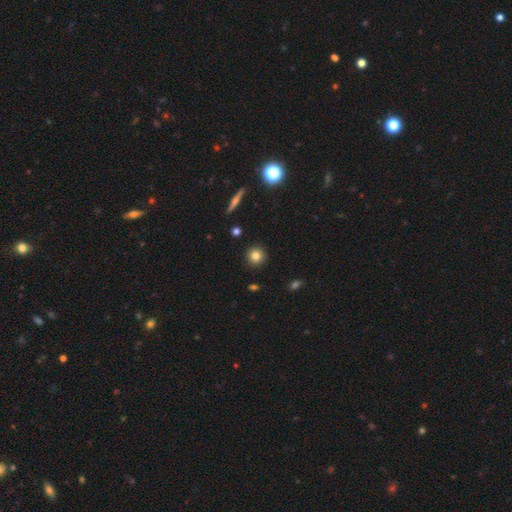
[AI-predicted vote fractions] The model was most divided on "smooth or featured": smooth: 81%, star or artifact: 11%, featured or disk: 9%. More confident: how rounded — round (93%); merging — none (91%).